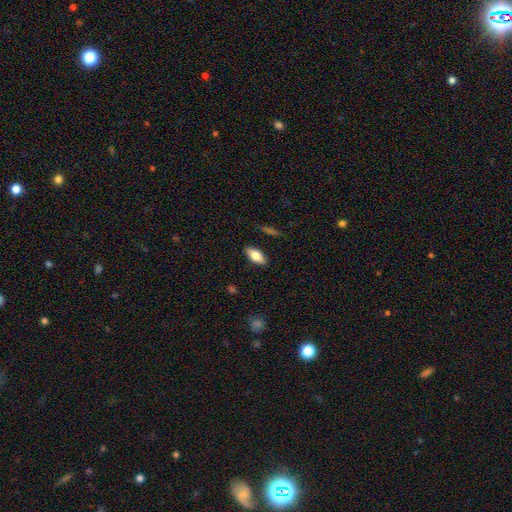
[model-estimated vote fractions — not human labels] Q: Smooth or featured?
A: smooth (73%); runner-up: featured or disk (21%)
Q: How rounded?
A: in between (85%); runner-up: cigar-shaped (12%)
Q: Merging?
A: none (88%); runner-up: minor disturbance (9%)